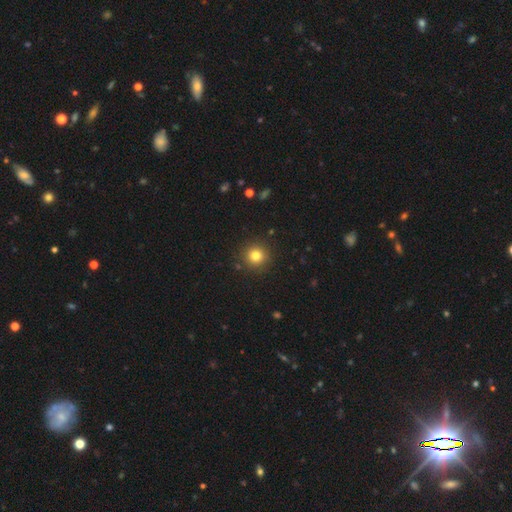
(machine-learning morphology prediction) A smooth galaxy with no disk features (80%) that is round (95%). Merging: none (91%).